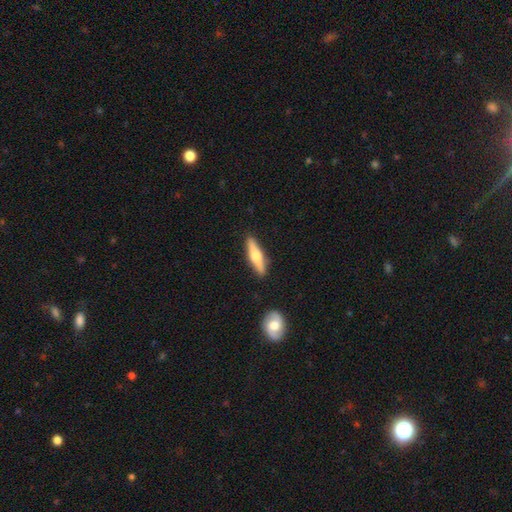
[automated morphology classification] featured or disk 50%, smooth 44%, star or artifact 5%. Down the decision tree: edge-on disk — yes (94%); merging — none (89%).